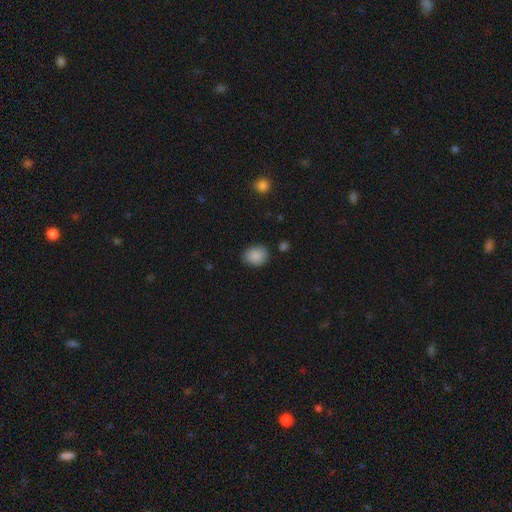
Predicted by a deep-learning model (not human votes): Overall: smooth (88%). How rounded: in between (52%; round 47%). Merging: none (80%).